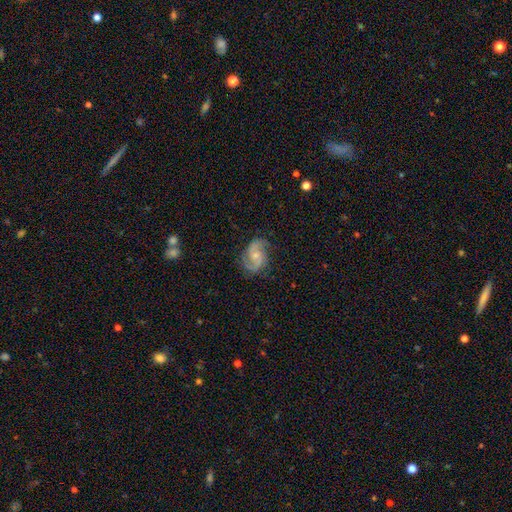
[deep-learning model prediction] Overall: featured or disk (84%). Edge-on disk: no (98%). Bar: no (54%; weak 39%). Spiral arms: yes (96%). Spiral arm count: 2 (89%). Spiral winding: medium (52%; loose 30%). Bulge size: small (53%; moderate 39%). Merging: none (75%).